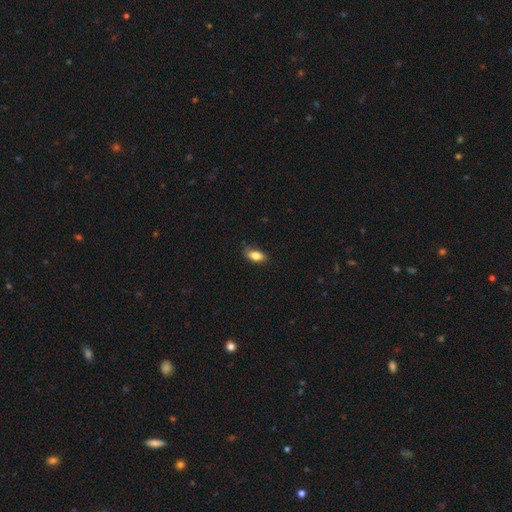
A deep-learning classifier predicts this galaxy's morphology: Smooth or featured? Predicted: smooth (p=0.82). How rounded? Predicted: in between (p=0.86). Merging? Predicted: none (p=0.72).